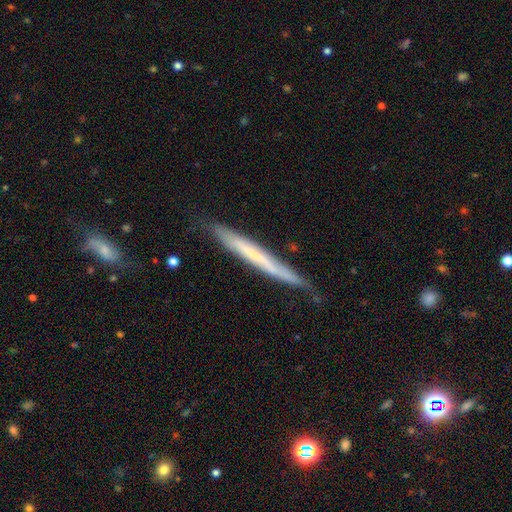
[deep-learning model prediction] Q: Smooth or featured?
A: featured or disk (52%); runner-up: smooth (42%)
Q: Edge-on disk?
A: yes (90%); runner-up: no (10%)
Q: Merging?
A: none (73%); runner-up: minor disturbance (21%)